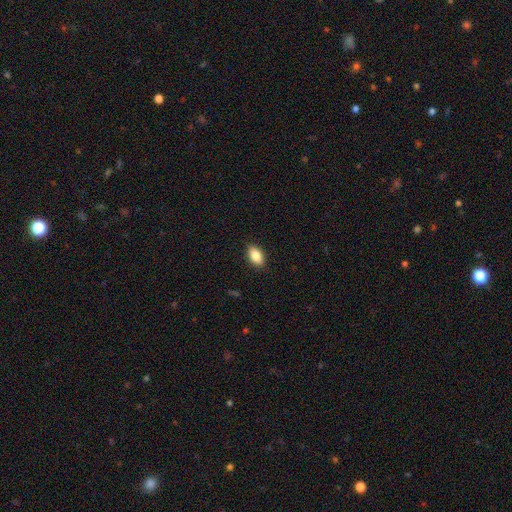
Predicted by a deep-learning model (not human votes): Smooth or featured? Predicted: smooth (p=0.86). How rounded? Predicted: in between (p=0.91). Merging? Predicted: none (p=0.88).